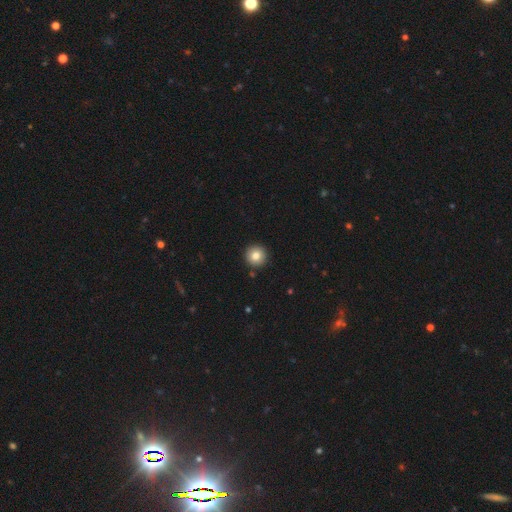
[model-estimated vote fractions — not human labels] Smooth or featured?
  - smooth: 82% *
  - star or artifact: 10%
  - featured or disk: 9%
How rounded?
  - round: 96% *
  - in between: 3%
  - cigar-shaped: 1%
Merging?
  - none: 92% *
  - minor disturbance: 5%
  - merger: 2%
  - major disturbance: 2%